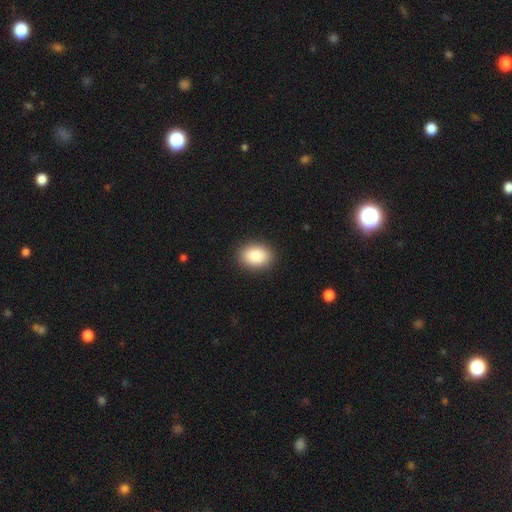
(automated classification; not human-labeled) This is clearly a smooth galaxy (88%). How rounded: likely in between (70%). Merging: clearly none (90%).